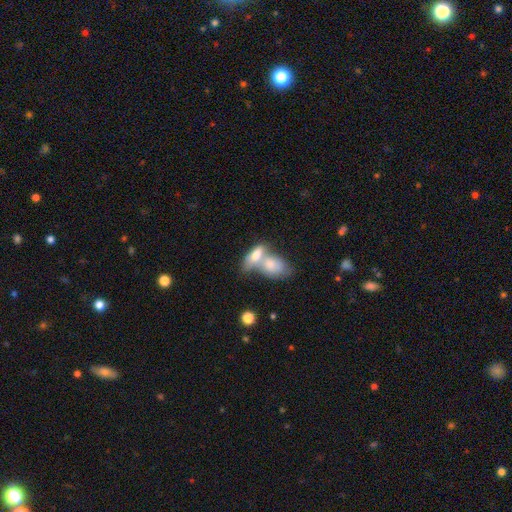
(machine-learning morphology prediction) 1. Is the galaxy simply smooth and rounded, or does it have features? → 73% smooth, 21% featured or disk, 6% star or artifact.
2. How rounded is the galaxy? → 84% in between, 9% cigar-shaped, 7% round.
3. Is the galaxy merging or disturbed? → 68% merger, 20% none, 8% minor disturbance, 5% major disturbance.